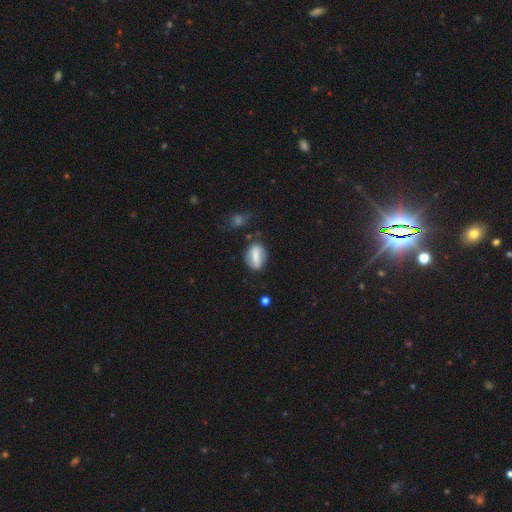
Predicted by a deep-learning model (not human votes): smooth-or-featured: smooth: 57% | featured or disk: 35% | star or artifact: 8%
  how-rounded: in between: 73% | round: 20% | cigar-shaped: 7%
  merging: none: 69% | minor disturbance: 20% | major disturbance: 6% | merger: 5%